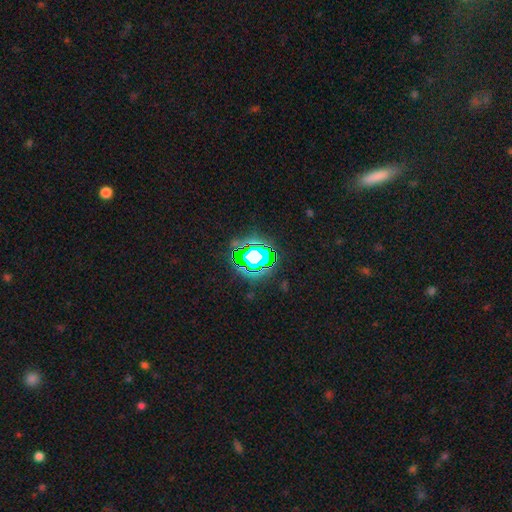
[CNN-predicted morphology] smooth_or_featured: star or artifact (p=0.69) [alt: smooth p=0.17]